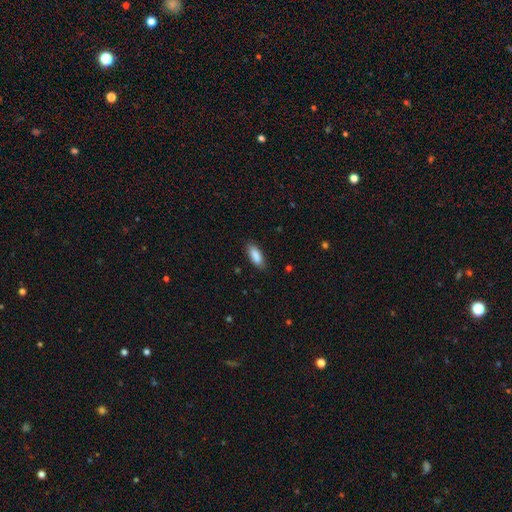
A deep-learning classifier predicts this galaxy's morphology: This appears to be a smooth galaxy with no disk features (88%) that is in between round and cigar-shaped (75%). Merging: none (83%).